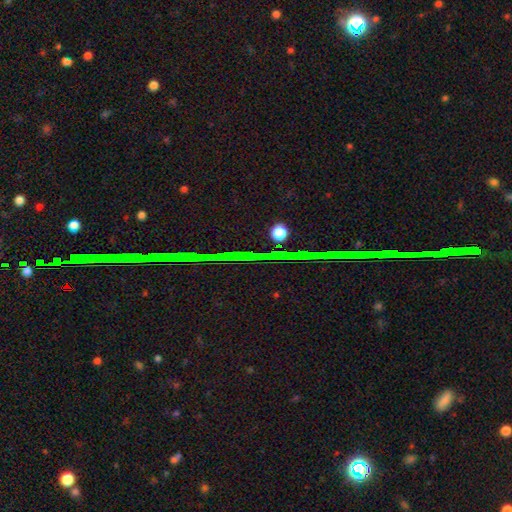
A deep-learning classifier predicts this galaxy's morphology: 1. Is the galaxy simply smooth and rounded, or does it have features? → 79% star or artifact, 11% featured or disk, 10% smooth.